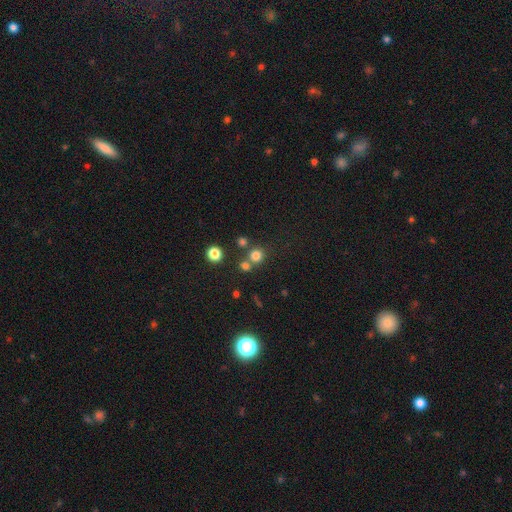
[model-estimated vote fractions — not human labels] smooth 76%, star or artifact 18%, featured or disk 7%. Down the decision tree: how rounded — round (88%); merging — none (65%).